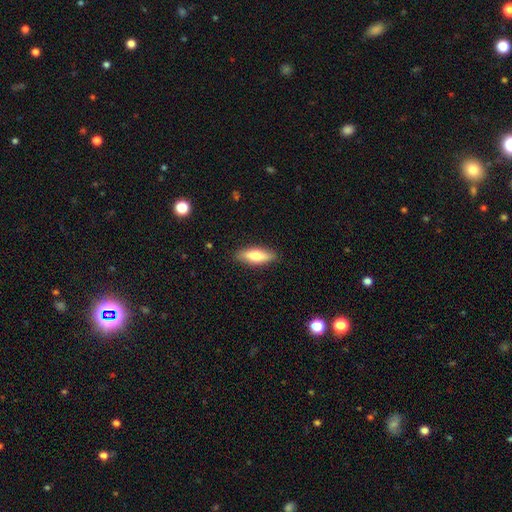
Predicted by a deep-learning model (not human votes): Smooth or featured: smooth — 72% (featured or disk — 22%)
How rounded: in between — 61% (cigar-shaped — 36%)
Merging: none — 87% (minor disturbance — 10%)